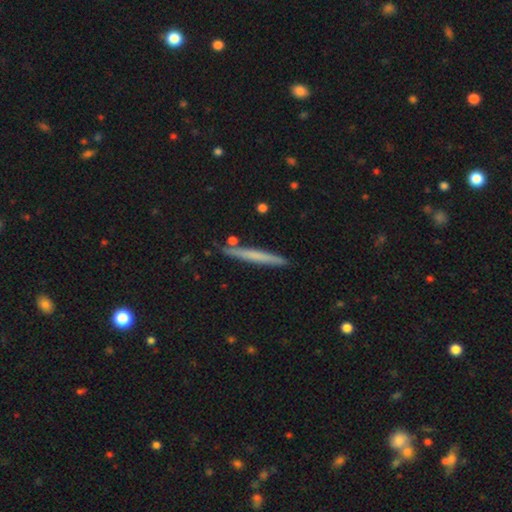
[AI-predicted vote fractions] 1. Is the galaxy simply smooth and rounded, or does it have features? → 56% smooth, 38% featured or disk, 6% star or artifact.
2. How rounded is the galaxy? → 97% cigar-shaped, 2% in between, 1% round.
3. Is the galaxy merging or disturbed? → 88% none, 8% minor disturbance, 3% merger, 2% major disturbance.